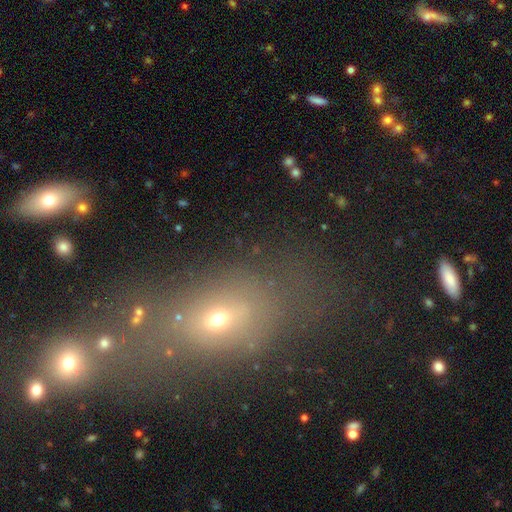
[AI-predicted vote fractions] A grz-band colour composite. It shows a smooth galaxy with no disk features (51%) that is in between round and cigar-shaped (67%). Merging: none (52%).